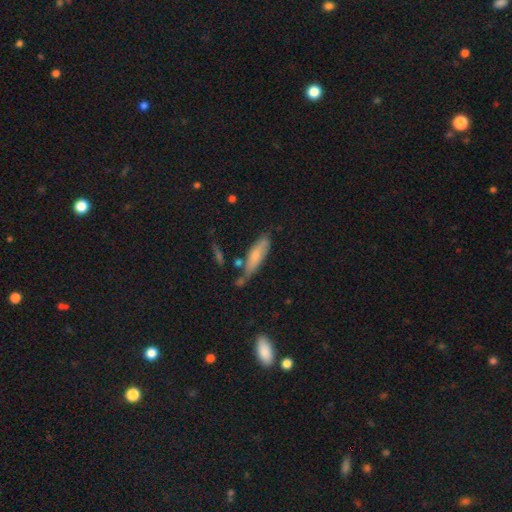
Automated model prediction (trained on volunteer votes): Smooth or featured?
  - smooth: 69% *
  - featured or disk: 24%
  - star or artifact: 6%
How rounded?
  - cigar-shaped: 54% *
  - in between: 44%
  - round: 2%
Merging?
  - none: 57% *
  - minor disturbance: 26%
  - merger: 10%
  - major disturbance: 7%